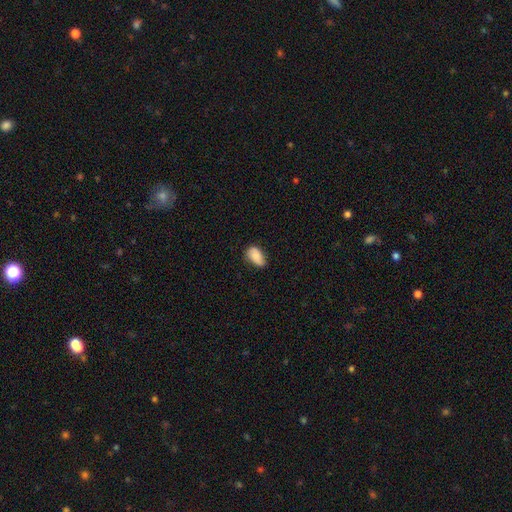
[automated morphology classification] This is clearly a smooth galaxy (85%). How rounded: clearly in between (91%). Merging: likely none (61%).